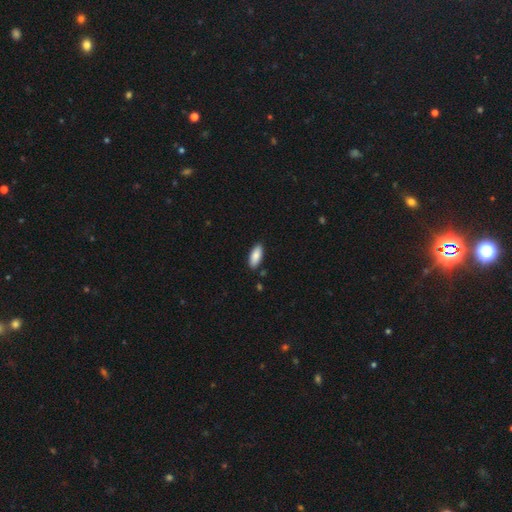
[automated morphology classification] Smooth or featured?
  - smooth: 87% *
  - featured or disk: 7%
  - star or artifact: 6%
How rounded?
  - in between: 84% *
  - cigar-shaped: 15%
  - round: 2%
Merging?
  - none: 87% *
  - minor disturbance: 10%
  - merger: 2%
  - major disturbance: 2%